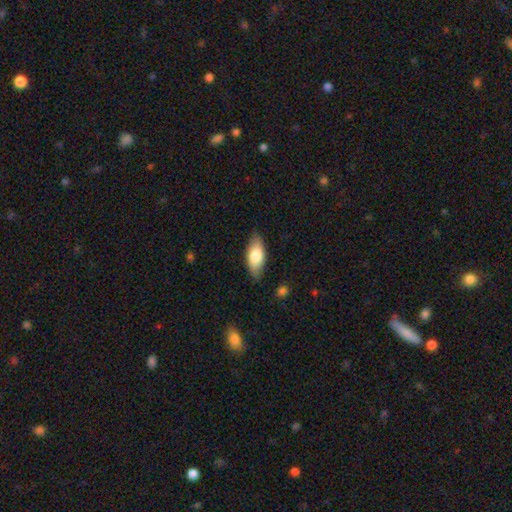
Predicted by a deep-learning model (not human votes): Smooth or featured: smooth — 75% (featured or disk — 19%)
How rounded: in between — 84% (cigar-shaped — 13%)
Merging: none — 82% (minor disturbance — 14%)